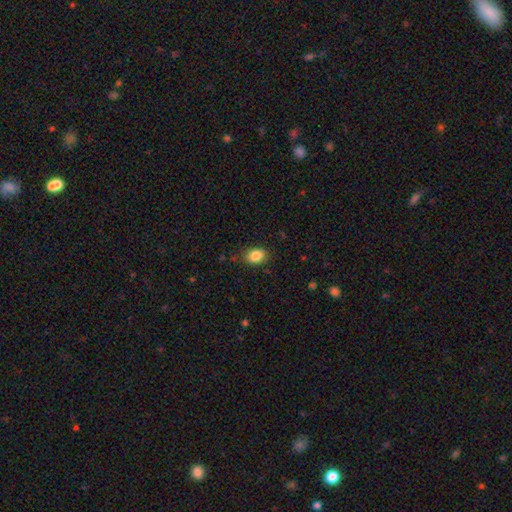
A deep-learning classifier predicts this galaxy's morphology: Smooth or featured? Predicted: smooth (p=0.87). How rounded? Predicted: in between (p=0.77). Merging? Predicted: none (p=0.81).